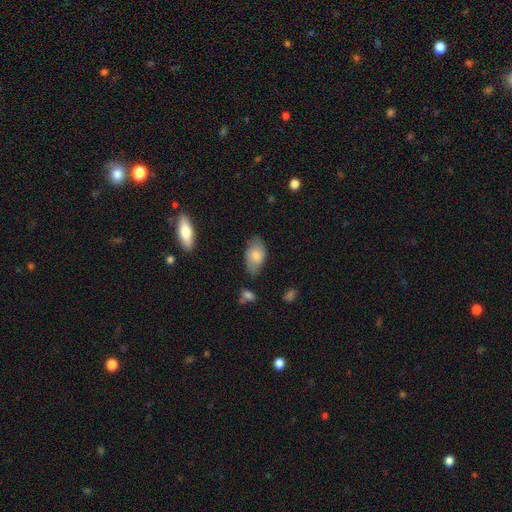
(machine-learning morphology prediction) smooth_or_featured: smooth (p=0.77) [alt: featured or disk p=0.16]
how_rounded: in between (p=0.93) [alt: round p=0.05]
merging: none (p=0.72) [alt: minor disturbance p=0.21]